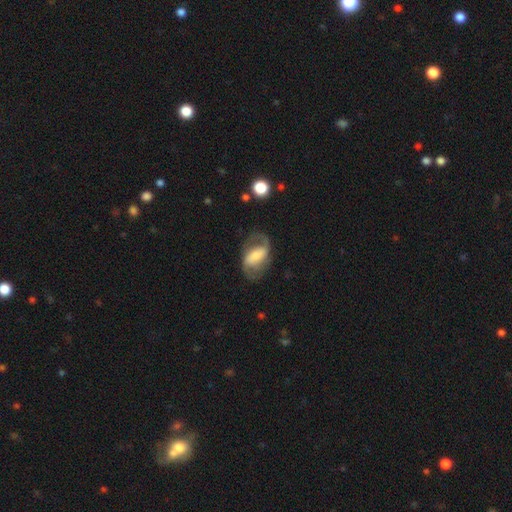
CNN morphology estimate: smooth_or_featured: featured or disk (p=0.72) [alt: smooth p=0.22]
disk_edge_on: no (p=0.96) [alt: yes p=0.04]
bar: strong (p=0.47) [alt: weak p=0.34]
has_spiral_arms: yes (p=0.87) [alt: no p=0.13]
spiral_winding: medium (p=0.45) [alt: loose p=0.39]
spiral_arm_count: 2 (p=0.86) [alt: can't tell p=0.06]
bulge_size: moderate (p=0.32) [alt: small p=0.27]
merging: none (p=0.64) [alt: minor disturbance p=0.18]